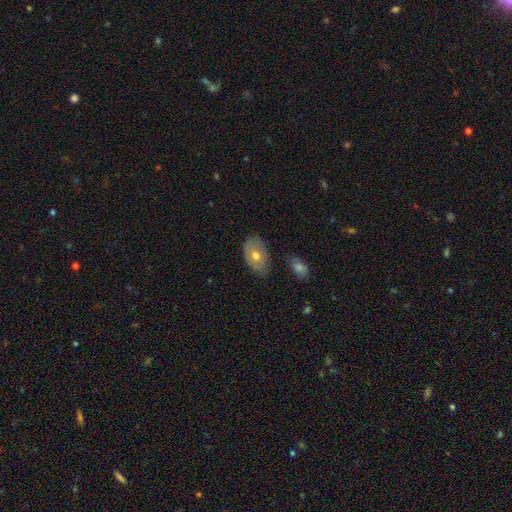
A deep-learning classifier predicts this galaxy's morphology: The model was most divided on "smooth or featured": smooth: 60%, featured or disk: 32%, star or artifact: 8%. More confident: how rounded — in between (88%); merging — none (72%).